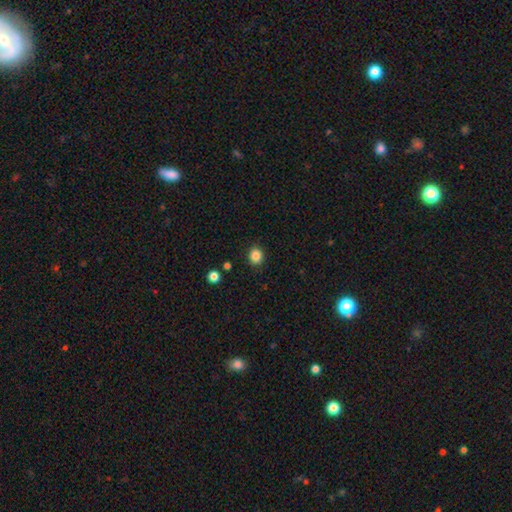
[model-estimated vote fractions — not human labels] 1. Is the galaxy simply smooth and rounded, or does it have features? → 85% smooth, 11% star or artifact, 4% featured or disk.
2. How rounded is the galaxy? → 80% round, 20% in between, 1% cigar-shaped.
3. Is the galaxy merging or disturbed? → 90% none, 7% minor disturbance, 2% major disturbance, 1% merger.